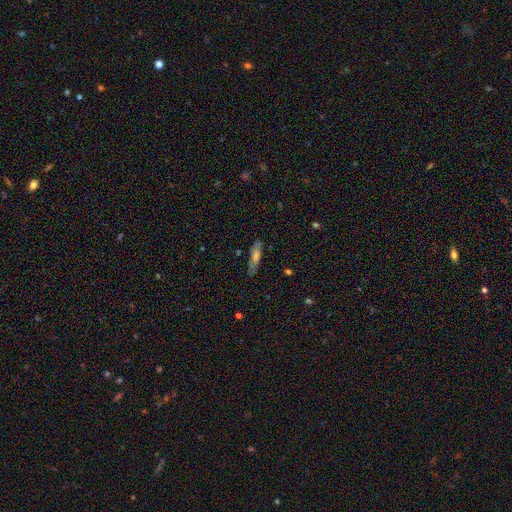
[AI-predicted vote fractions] Smooth or featured?
  - smooth: 48% *
  - featured or disk: 40%
  - star or artifact: 11%
Merging?
  - none: 78% *
  - minor disturbance: 16%
  - major disturbance: 4%
  - merger: 2%